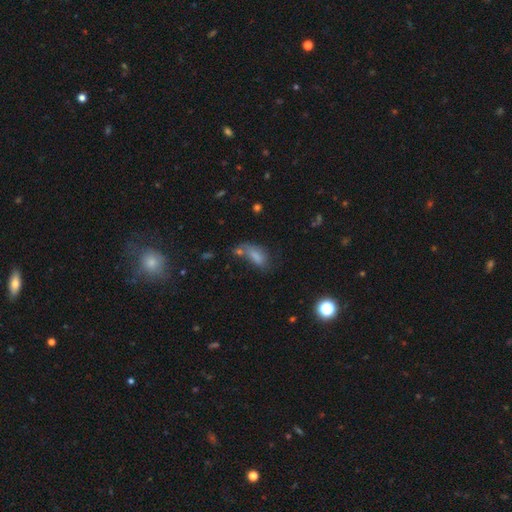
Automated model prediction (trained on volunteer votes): The model was most divided on "merging": none: 37%, minor disturbance: 26%, major disturbance: 19%, merger: 18%. More confident: how rounded — in between (82%); smooth or featured — smooth (73%).